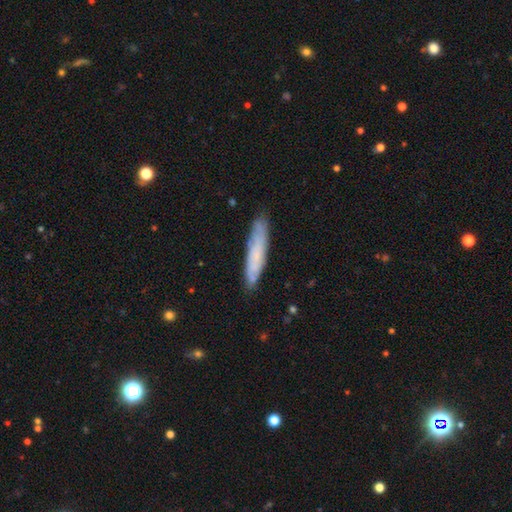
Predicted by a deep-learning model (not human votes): smooth-or-featured: smooth: 57% | featured or disk: 36% | star or artifact: 7%
  how-rounded: cigar-shaped: 87% | in between: 12% | round: 1%
  merging: none: 82% | minor disturbance: 14% | major disturbance: 3% | merger: 2%